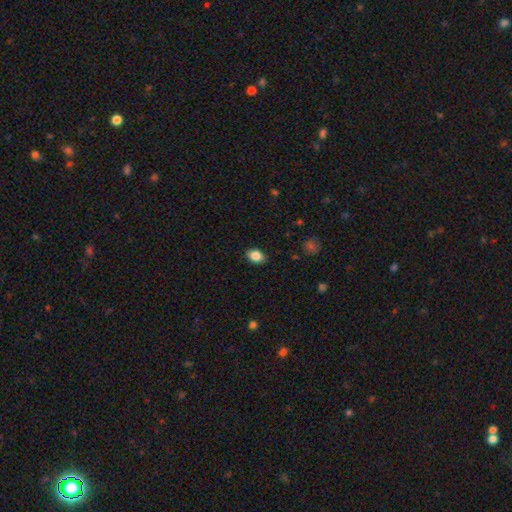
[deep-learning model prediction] smooth-or-featured: smooth: 86% | star or artifact: 8% | featured or disk: 6%
  how-rounded: in between: 79% | round: 19% | cigar-shaped: 1%
  merging: none: 87% | minor disturbance: 9% | major disturbance: 2% | merger: 1%